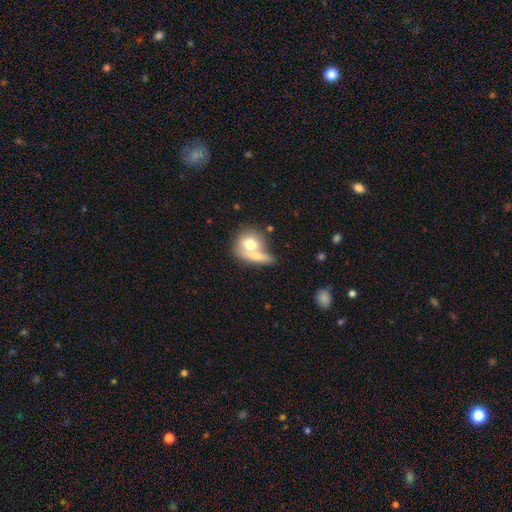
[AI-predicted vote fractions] A smooth galaxy with no disk features (68%) that is round (49%). Merging: merger (56%).